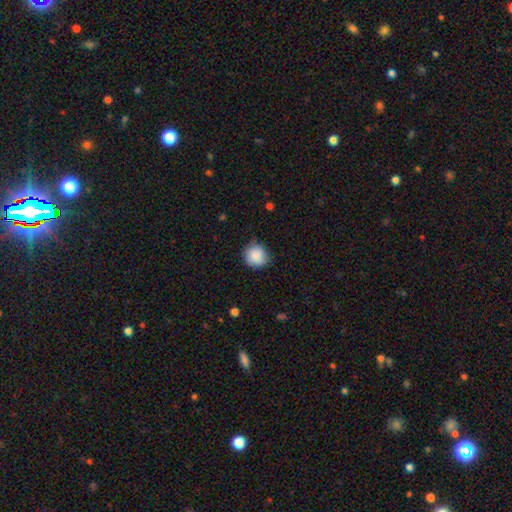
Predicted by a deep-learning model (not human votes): Smooth or featured?
  - smooth: 87% *
  - star or artifact: 8%
  - featured or disk: 6%
How rounded?
  - round: 89% *
  - in between: 10%
  - cigar-shaped: 1%
Merging?
  - none: 76% *
  - minor disturbance: 19%
  - major disturbance: 4%
  - merger: 1%